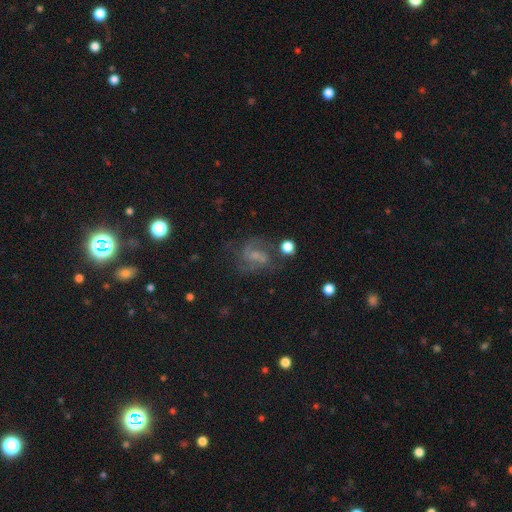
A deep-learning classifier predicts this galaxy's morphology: The model was most divided on "bar" (2-way tie): weak: 44%, no: 44%, strong: 12%. Remaining: edge-on disk — no (97%); spiral arms — yes (84%); spiral arm count — 2 (70%); smooth or featured — featured or disk (63%); merging — none (54%); bulge size — small (52%); spiral winding — medium (50%).